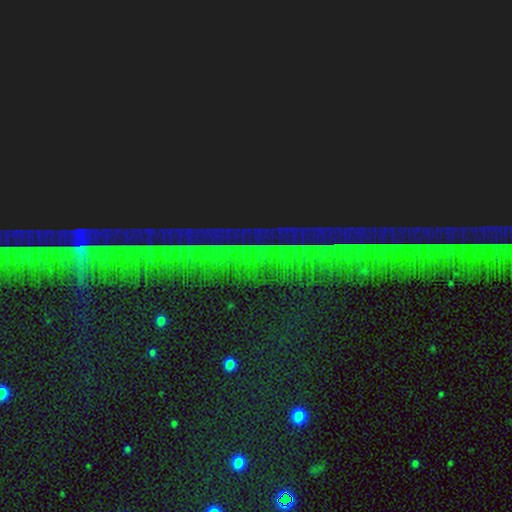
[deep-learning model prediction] Morphology: type=star or artifact (89%).